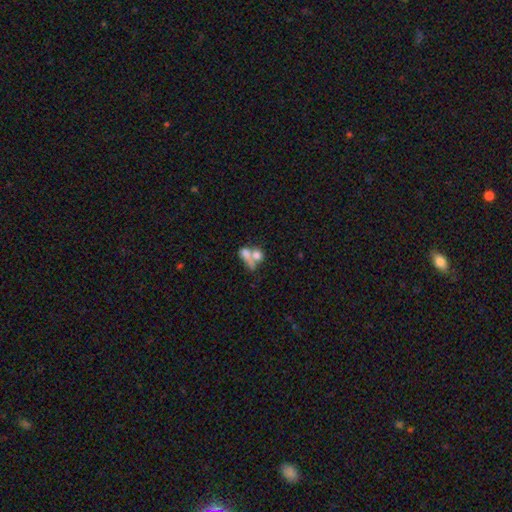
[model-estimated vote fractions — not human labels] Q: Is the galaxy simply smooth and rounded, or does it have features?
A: smooth — 66%.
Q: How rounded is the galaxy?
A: in between — 60%.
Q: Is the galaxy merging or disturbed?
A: merger — 62%.